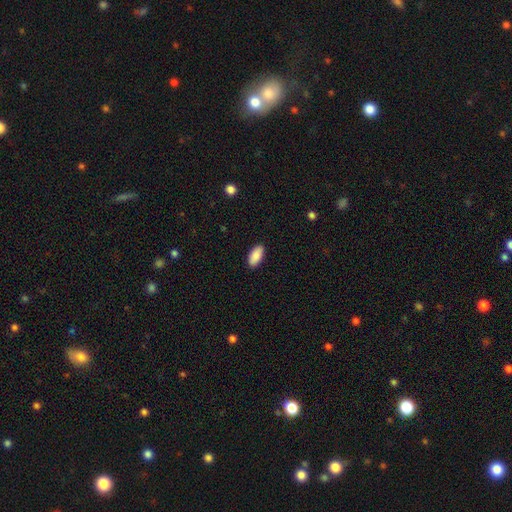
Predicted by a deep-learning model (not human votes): smooth 89%, star or artifact 6%, featured or disk 5%. Down the decision tree: how rounded — in between (91%); merging — none (89%).